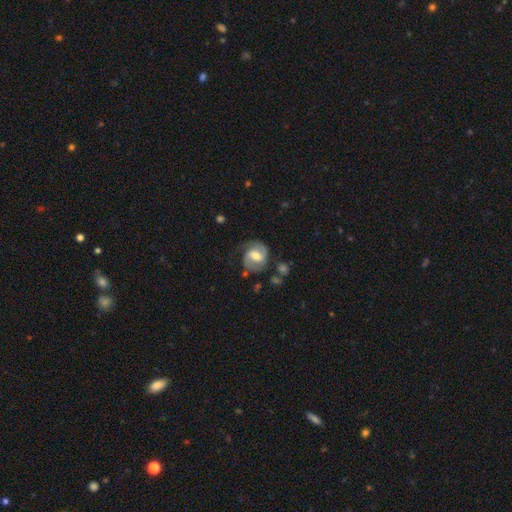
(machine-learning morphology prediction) Q: Smooth or featured?
A: featured or disk (69%); runner-up: smooth (25%)
Q: Edge-on disk?
A: no (97%); runner-up: yes (3%)
Q: Bar?
A: weak (48%); runner-up: strong (31%)
Q: Spiral arms?
A: yes (87%); runner-up: no (13%)
Q: Spiral winding?
A: medium (49%); runner-up: tight (31%)
Q: Spiral arm count?
A: 2 (84%); runner-up: can't tell (8%)
Q: Bulge size?
A: moderate (66%); runner-up: small (18%)
Q: Merging?
A: none (70%); runner-up: minor disturbance (18%)